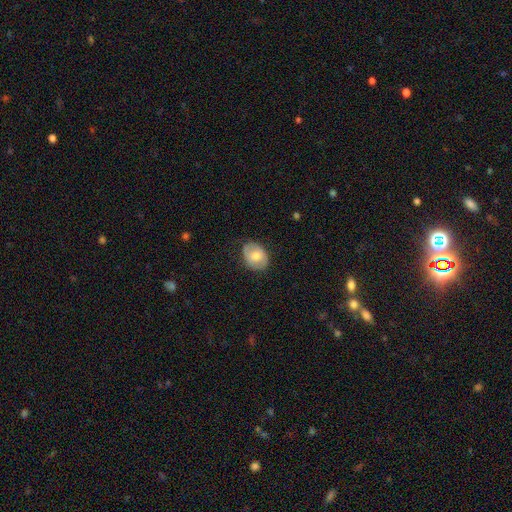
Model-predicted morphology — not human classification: type=smooth (61%); roundness=in between (57%); merging=none (74%).